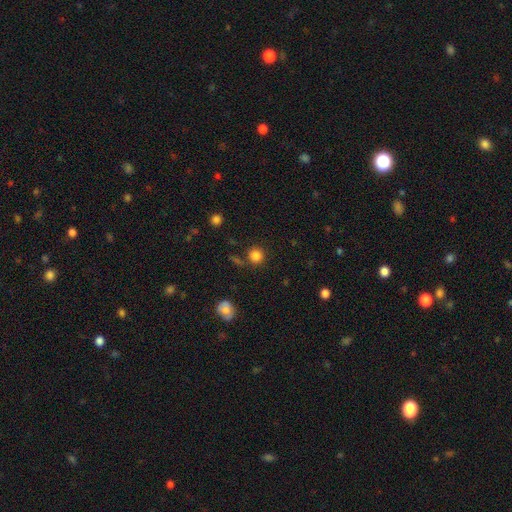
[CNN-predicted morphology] A smooth galaxy with no disk features (84%) that is round (92%).

Vote fractions:
- Smooth or featured? smooth: 84% / star or artifact: 12% / featured or disk: 4%
- How rounded? round: 92% / in between: 7% / cigar-shaped: 1%
- Merging? none: 81% / minor disturbance: 9% / merger: 6% / major disturbance: 4%